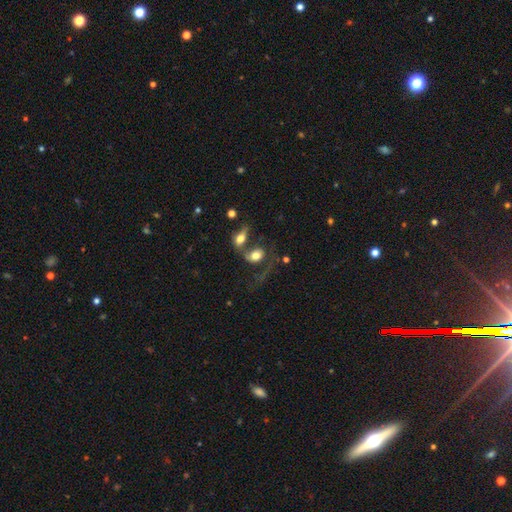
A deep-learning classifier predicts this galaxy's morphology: The model was most divided on "smooth or featured": smooth: 56%, featured or disk: 33%, star or artifact: 10%. More confident: how rounded — in between (69%); merging — merger (54%).